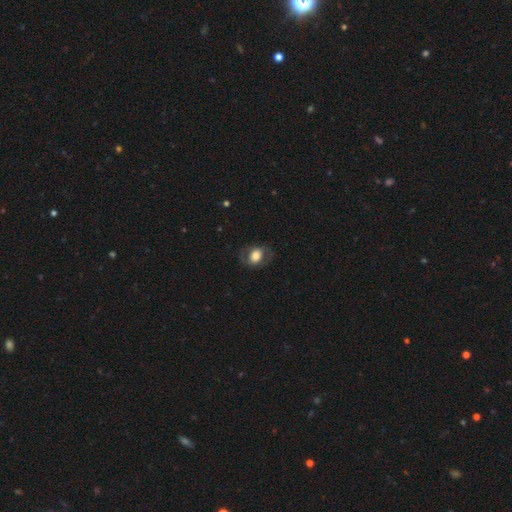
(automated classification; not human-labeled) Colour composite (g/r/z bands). It shows a smooth galaxy with no disk features (61%) that is in between round and cigar-shaped (66%). Merging: none (73%).